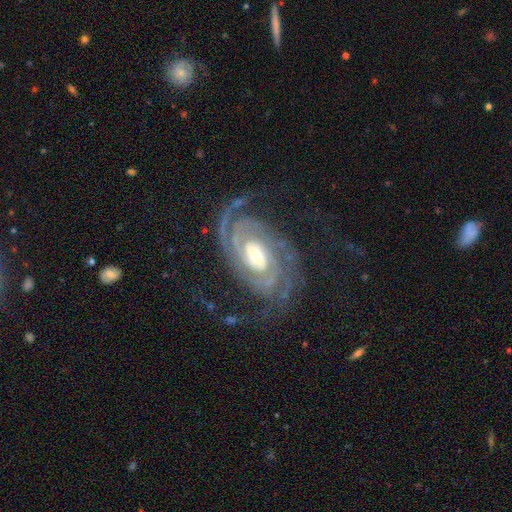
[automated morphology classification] This appears to be a featured or disk galaxy (92%) with no bar (48%), 2 (49%) tight (71%) spiral arms (98%) and a moderate central bulge (55%). Merging: none (71%).